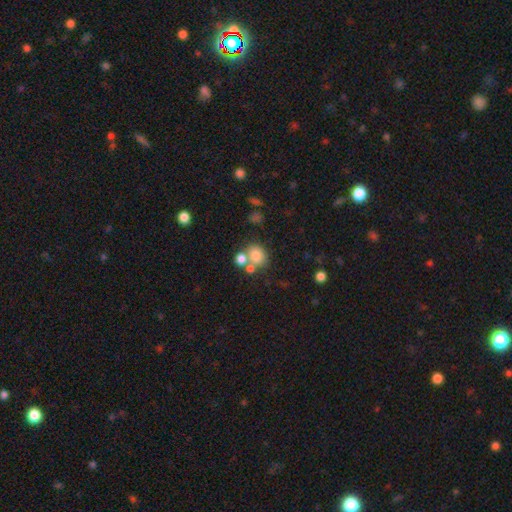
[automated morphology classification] type=smooth (75%); roundness=round (71%); merging=none (49%).